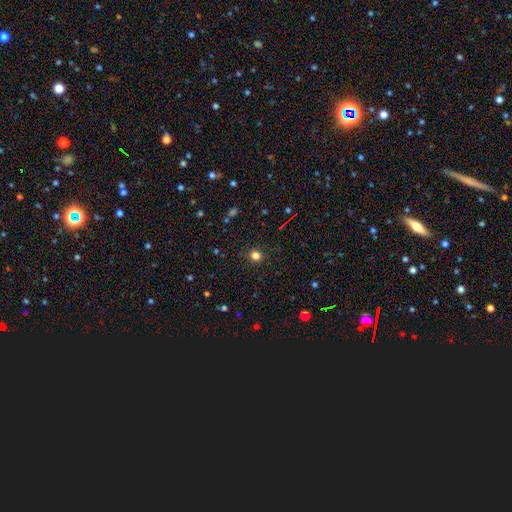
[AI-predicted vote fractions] smooth-or-featured: smooth: 80% | star or artifact: 16% | featured or disk: 4%
  how-rounded: round: 83% | in between: 16% | cigar-shaped: 1%
  merging: none: 90% | minor disturbance: 7% | major disturbance: 2% | merger: 1%